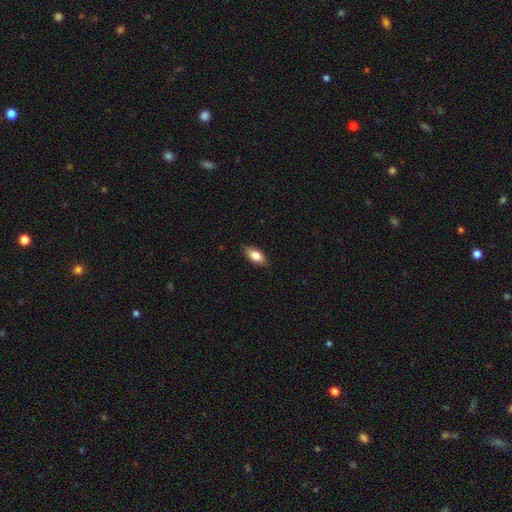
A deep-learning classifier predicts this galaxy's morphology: smooth 76%, featured or disk 17%, star or artifact 7%. Down the decision tree: how rounded — in between (86%); merging — none (82%).